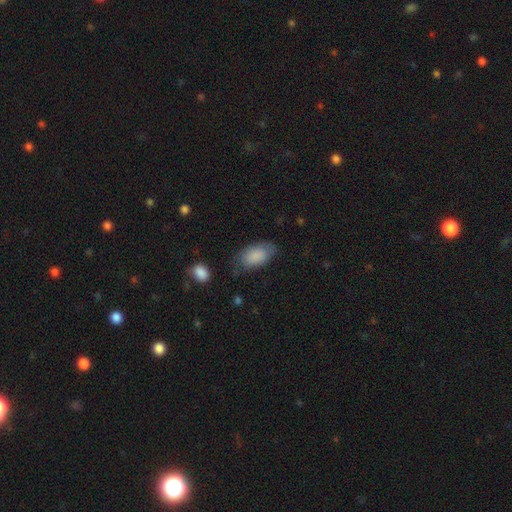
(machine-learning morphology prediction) The model was most divided on "merging": none: 66%, minor disturbance: 24%, major disturbance: 8%, merger: 3%. More confident: how rounded — in between (94%); smooth or featured — smooth (85%).